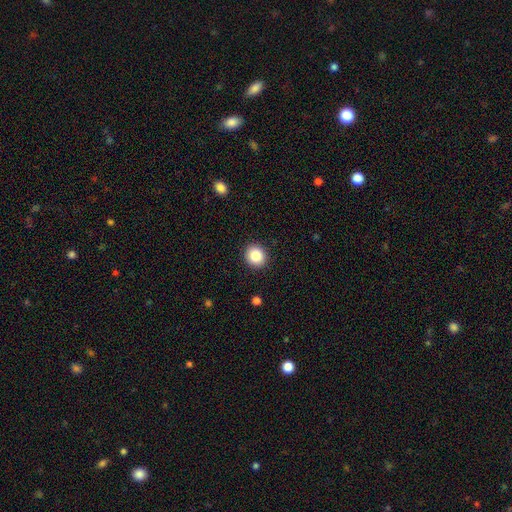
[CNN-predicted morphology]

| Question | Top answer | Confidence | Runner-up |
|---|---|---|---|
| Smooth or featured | smooth | 86% | star or artifact (9%) |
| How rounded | round | 81% | in between (18%) |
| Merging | none | 91% | minor disturbance (6%) |